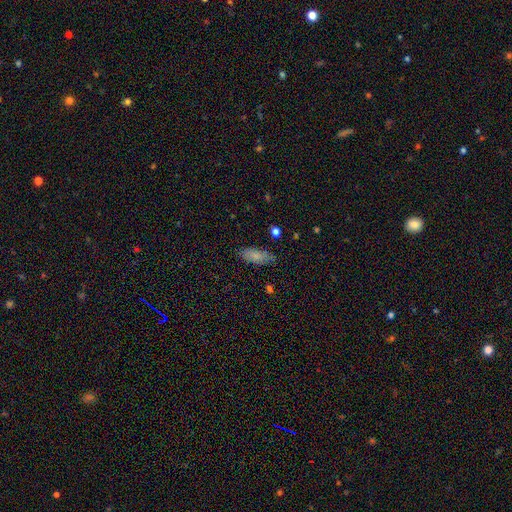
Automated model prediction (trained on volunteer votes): Morphology: type=smooth (80%); roundness=in between (78%); merging=none (78%).